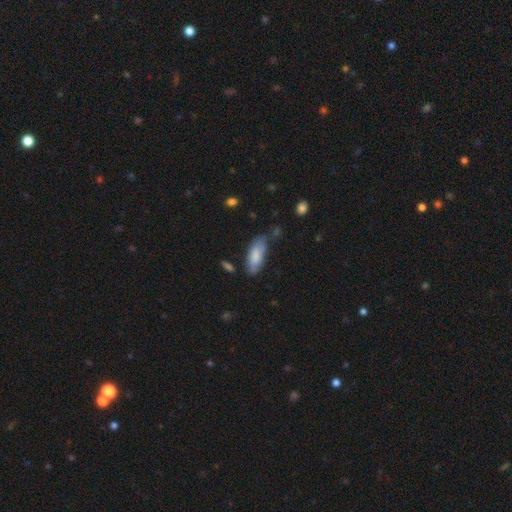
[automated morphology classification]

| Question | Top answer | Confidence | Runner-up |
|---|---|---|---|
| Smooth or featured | smooth | 77% | featured or disk (17%) |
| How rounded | in between | 79% | cigar-shaped (20%) |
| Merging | none | 60% | minor disturbance (27%) |